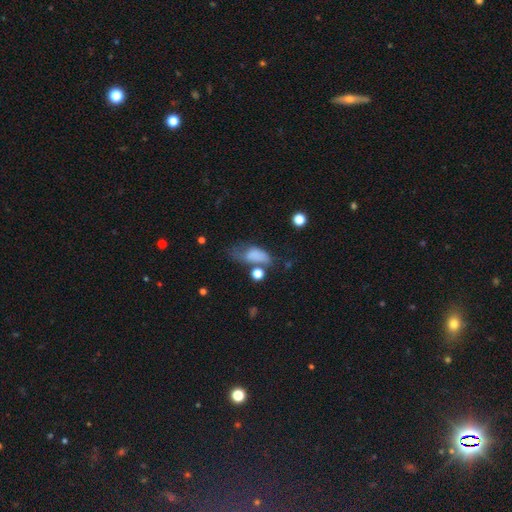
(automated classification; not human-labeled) Morphology: type=smooth (73%); roundness=in between (85%); merging=major disturbance (35%).